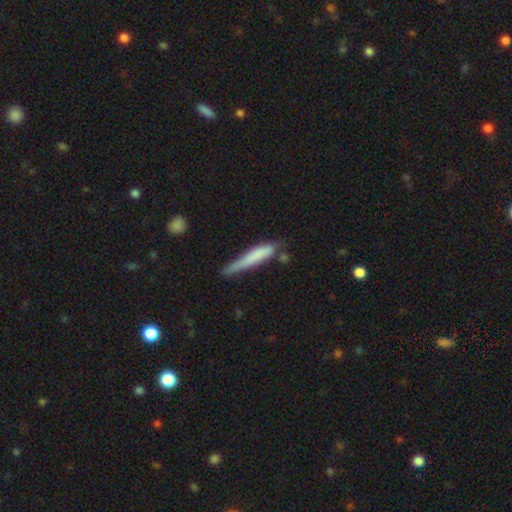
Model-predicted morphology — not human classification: The model was most divided on "merging": none: 52%, minor disturbance: 33%, major disturbance: 9%, merger: 7%. More confident: how rounded — cigar-shaped (92%); smooth or featured — smooth (70%).